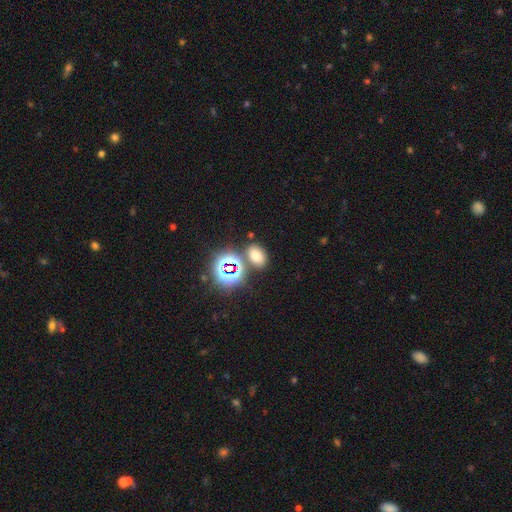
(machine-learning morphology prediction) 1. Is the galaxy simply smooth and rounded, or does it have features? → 65% smooth, 27% star or artifact, 8% featured or disk.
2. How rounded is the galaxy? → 74% in between, 24% round, 2% cigar-shaped.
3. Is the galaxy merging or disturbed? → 74% none, 12% merger, 10% minor disturbance, 4% major disturbance.